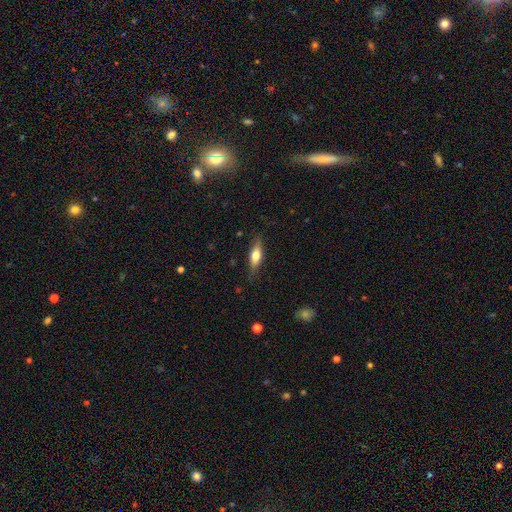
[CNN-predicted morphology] smooth 61%, featured or disk 33%, star or artifact 6%. Down the decision tree: how rounded — in between (50%); merging — none (79%).